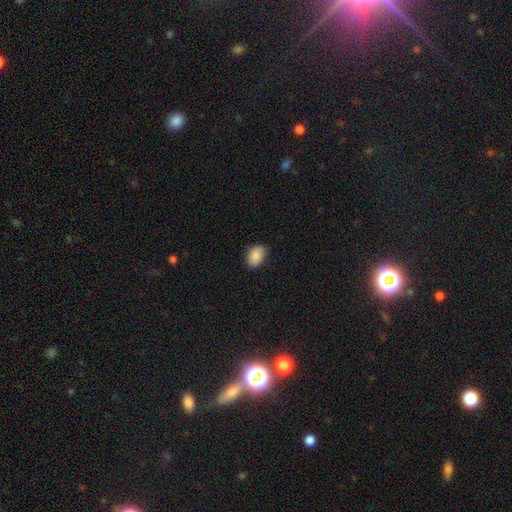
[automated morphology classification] Overall: smooth (87%). How rounded: in between (75%). Merging: none (80%).